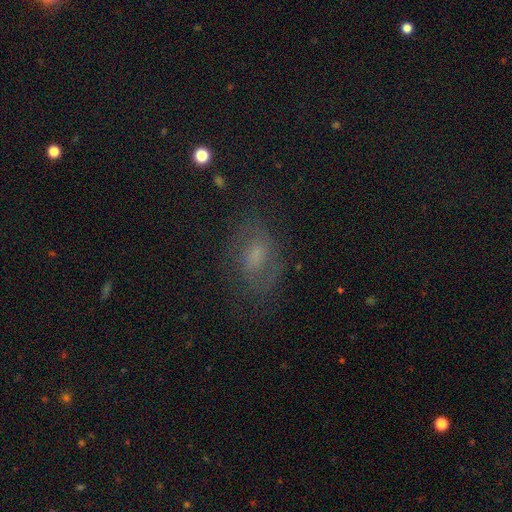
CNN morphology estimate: This is possibly a featured or disk galaxy (48%). Merging: likely none (67%).